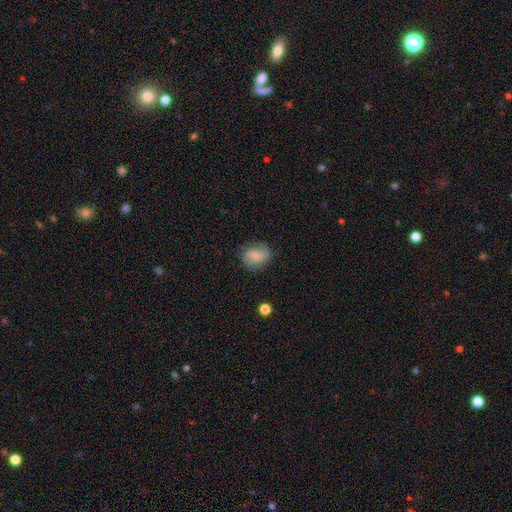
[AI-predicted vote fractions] Smooth or featured? Predicted: smooth (p=0.66). How rounded? Predicted: round (p=0.60). Merging? Predicted: none (p=0.68).